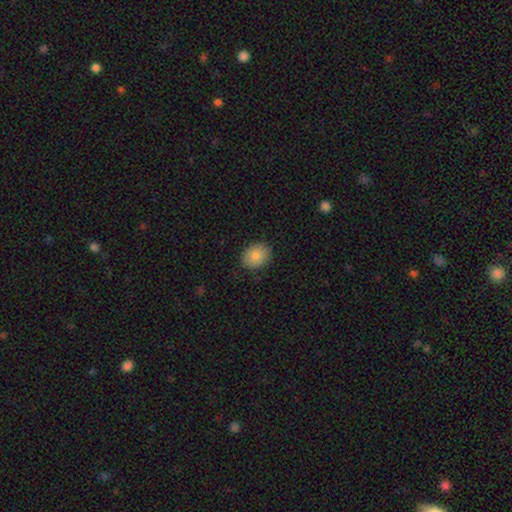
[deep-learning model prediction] Q: Smooth or featured?
A: smooth (82%); runner-up: featured or disk (10%)
Q: How rounded?
A: in between (54%); runner-up: round (45%)
Q: Merging?
A: none (87%); runner-up: minor disturbance (10%)